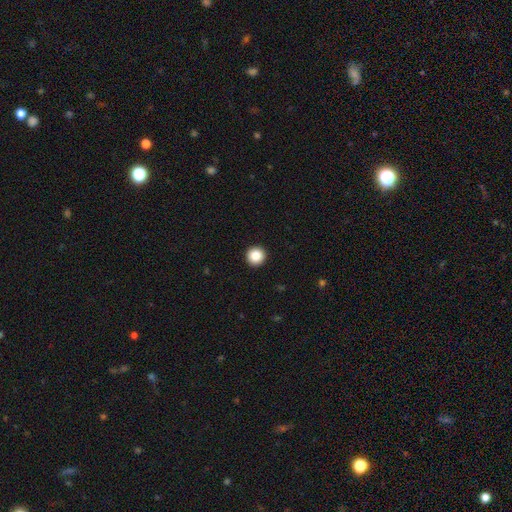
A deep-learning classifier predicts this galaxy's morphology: Q: Smooth or featured?
A: smooth (86%); runner-up: star or artifact (10%)
Q: How rounded?
A: round (97%); runner-up: in between (3%)
Q: Merging?
A: none (94%); runner-up: minor disturbance (4%)